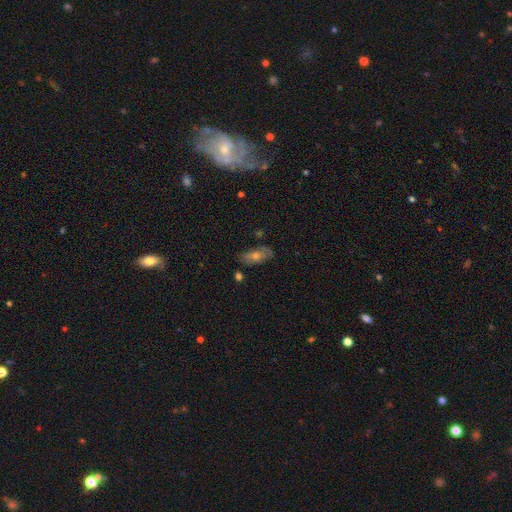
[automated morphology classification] The model was most divided on "smooth or featured": smooth: 43%, featured or disk: 42%, star or artifact: 16%. More confident: merging — none (72%).